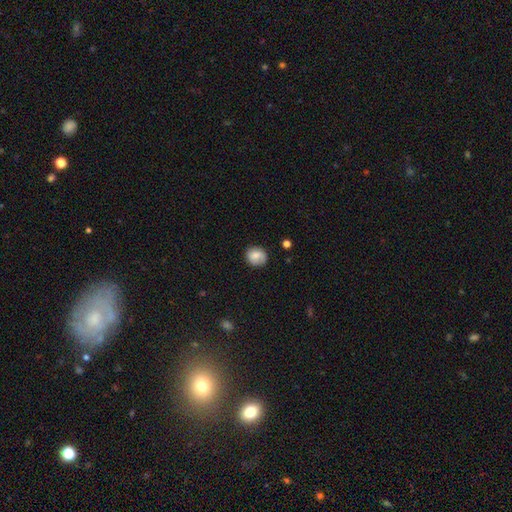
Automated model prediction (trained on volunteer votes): smooth-or-featured: smooth: 80% | featured or disk: 11% | star or artifact: 8%
  how-rounded: round: 78% | in between: 21% | cigar-shaped: 1%
  merging: none: 77% | minor disturbance: 17% | major disturbance: 4% | merger: 2%